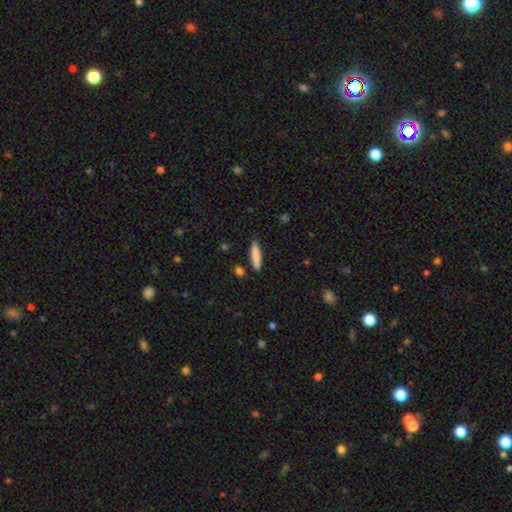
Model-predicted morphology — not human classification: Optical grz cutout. It shows a smooth galaxy with no disk features (84%) that is cigar-shaped (81%). Merging: none (85%).